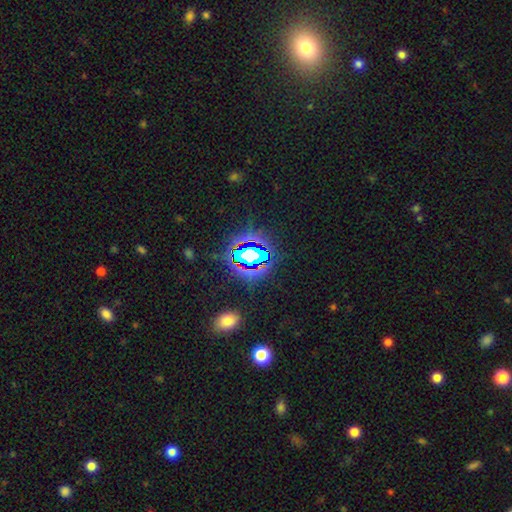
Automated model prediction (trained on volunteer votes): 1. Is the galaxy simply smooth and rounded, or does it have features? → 70% star or artifact, 17% smooth, 13% featured or disk.